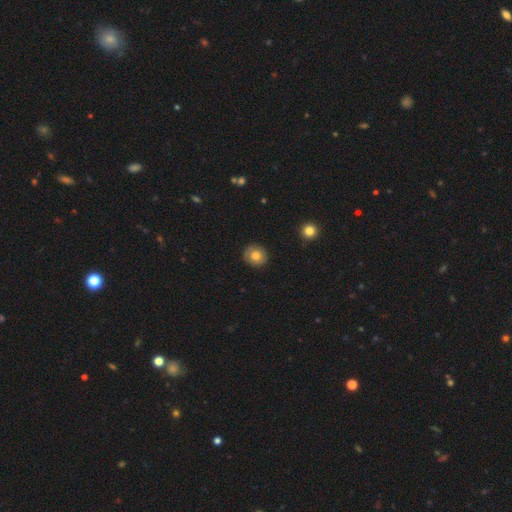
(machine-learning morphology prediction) smooth_or_featured: smooth (p=0.78) [alt: featured or disk p=0.13]
how_rounded: round (p=0.87) [alt: in between p=0.12]
merging: none (p=0.90) [alt: minor disturbance p=0.07]